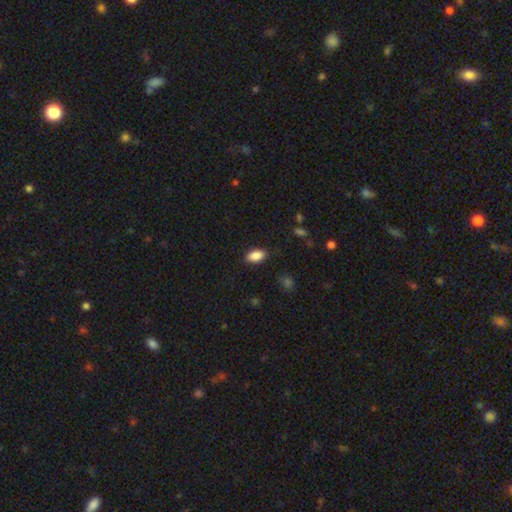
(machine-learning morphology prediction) Overall: smooth (87%). How rounded: in between (92%). Merging: none (86%).